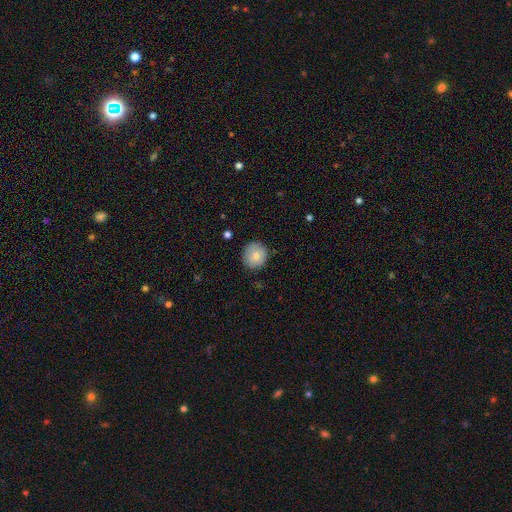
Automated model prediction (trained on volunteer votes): This is clearly a smooth galaxy (81%). How rounded: clearly round (90%). Merging: clearly none (85%).